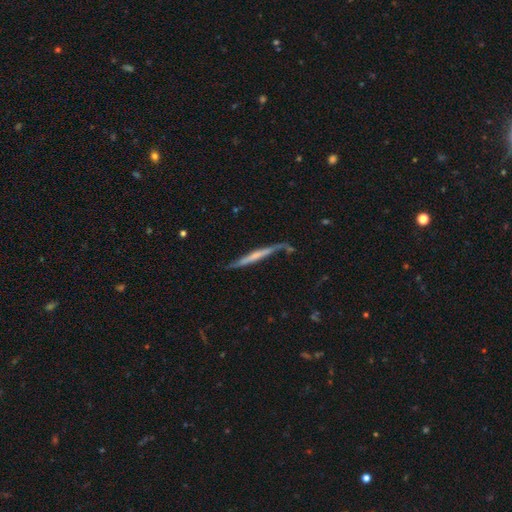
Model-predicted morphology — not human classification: The model was most divided on "smooth or featured": featured or disk: 59%, smooth: 35%, star or artifact: 6%. More confident: edge-on disk — yes (89%); edge-on bulge — none (64%); merging — none (60%).